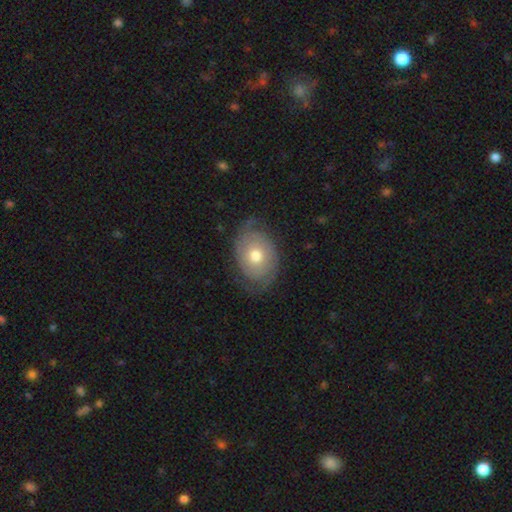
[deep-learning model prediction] Overall: featured or disk (63%; smooth 30%). Edge-on disk: no (95%). Bar: no (84%). Spiral arms: yes (79%). Bulge size: moderate (72%). Merging: none (71%).